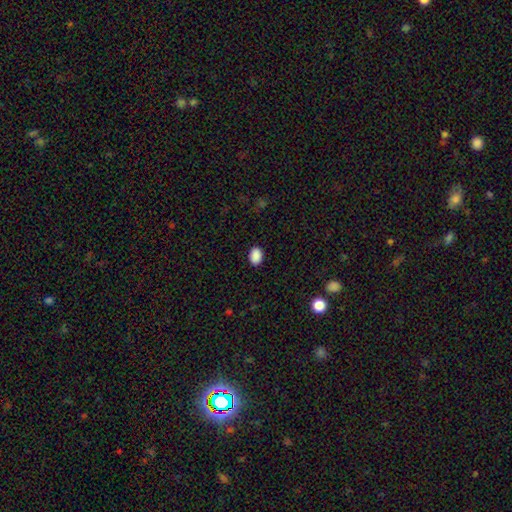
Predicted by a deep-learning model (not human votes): Q: Smooth or featured?
A: smooth (89%); runner-up: star or artifact (8%)
Q: How rounded?
A: in between (79%); runner-up: round (20%)
Q: Merging?
A: none (88%); runner-up: minor disturbance (8%)